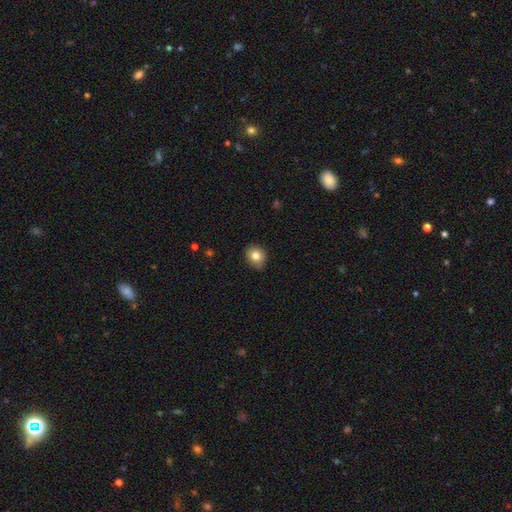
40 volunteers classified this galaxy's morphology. smooth_or_featured: smooth (p=0.82) [alt: featured or disk p=0.10]
how_rounded: round (p=0.91) [alt: in between p=0.06]
merging: none (p=0.65) [alt: minor disturbance p=0.32]